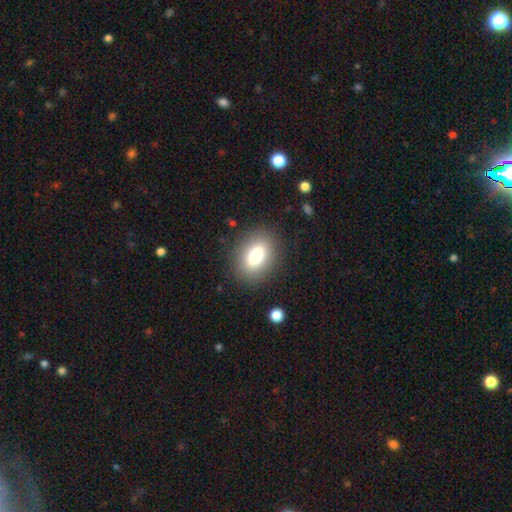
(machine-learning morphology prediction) A smooth galaxy with no disk features (78%) that is in between round and cigar-shaped (77%).

Vote fractions:
- Smooth or featured? smooth: 78% / featured or disk: 12% / star or artifact: 10%
- How rounded? in between: 77% / round: 22% / cigar-shaped: 2%
- Merging? none: 86% / minor disturbance: 9% / major disturbance: 4% / merger: 1%